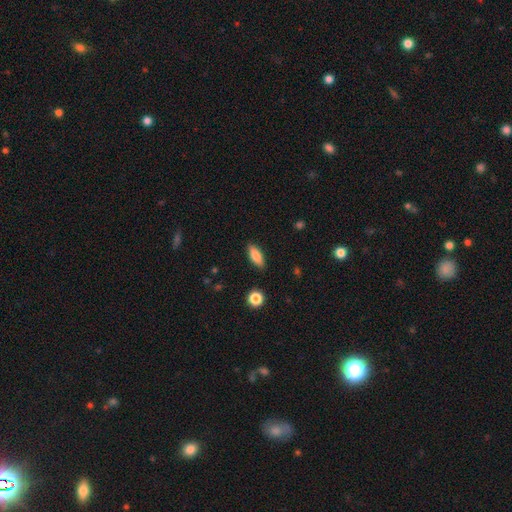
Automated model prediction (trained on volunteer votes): smooth-or-featured: smooth: 83% | featured or disk: 10% | star or artifact: 7%
  how-rounded: in between: 73% | cigar-shaped: 24% | round: 3%
  merging: none: 87% | minor disturbance: 9% | major disturbance: 2% | merger: 1%